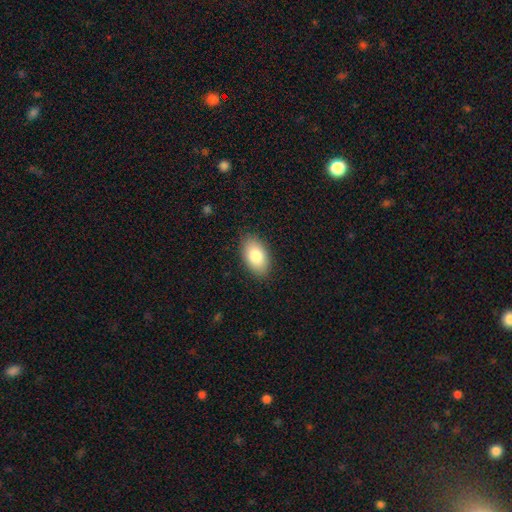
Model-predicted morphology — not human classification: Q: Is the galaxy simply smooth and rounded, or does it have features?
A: smooth — 83%.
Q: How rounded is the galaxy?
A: in between — 93%.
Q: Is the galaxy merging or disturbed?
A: none — 86%.